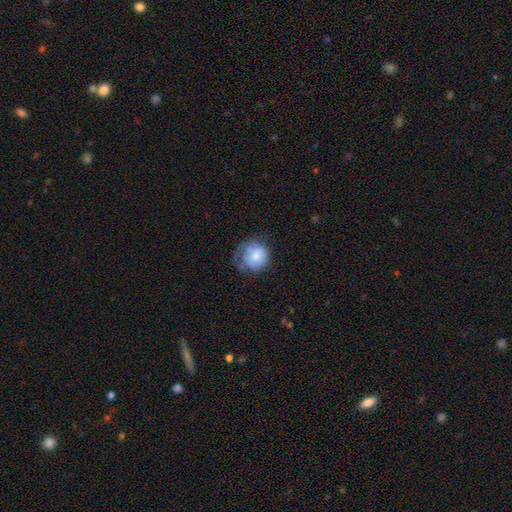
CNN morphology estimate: The model was most divided on "merging": none: 41%, minor disturbance: 30%, major disturbance: 26%, merger: 3%. More confident: how rounded — round (83%); smooth or featured — smooth (65%).